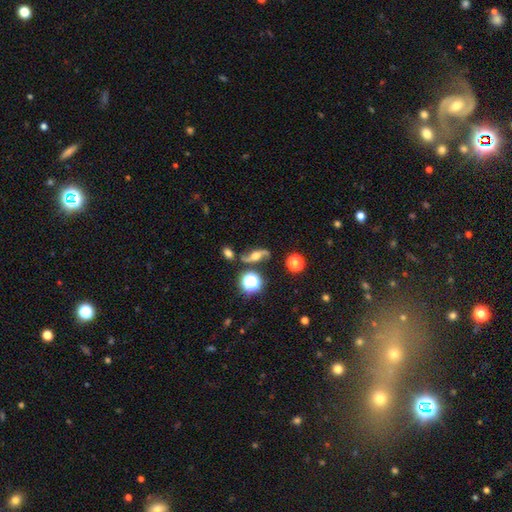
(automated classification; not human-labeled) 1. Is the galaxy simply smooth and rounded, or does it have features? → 73% featured or disk, 15% smooth, 12% star or artifact.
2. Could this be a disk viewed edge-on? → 85% no, 15% yes.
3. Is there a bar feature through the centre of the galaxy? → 63% no, 24% weak, 13% strong.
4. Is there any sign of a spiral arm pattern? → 93% yes, 7% no.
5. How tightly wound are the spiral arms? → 84% loose, 12% medium, 4% tight.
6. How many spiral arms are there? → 93% 2, 2% 1, 2% can't tell, 1% 3, 1% 4, 1% more than 4.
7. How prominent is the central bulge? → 56% moderate, 22% large, 13% small, 5% dominant, 4% none.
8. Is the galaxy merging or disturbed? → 72% none, 14% minor disturbance, 7% merger, 7% major disturbance.